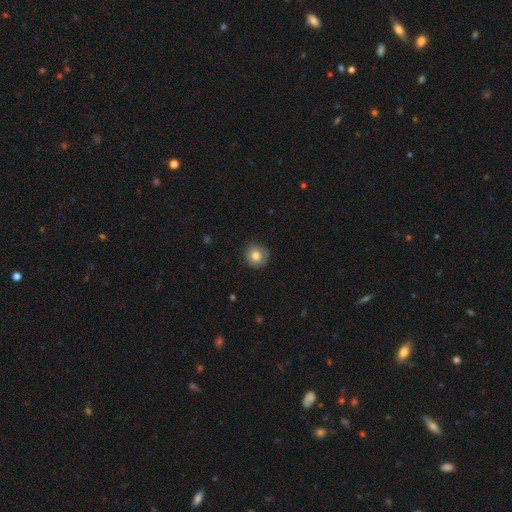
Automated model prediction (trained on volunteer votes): Q: Smooth or featured?
A: smooth (81%); runner-up: star or artifact (9%)
Q: How rounded?
A: round (93%); runner-up: in between (6%)
Q: Merging?
A: none (85%); runner-up: minor disturbance (12%)